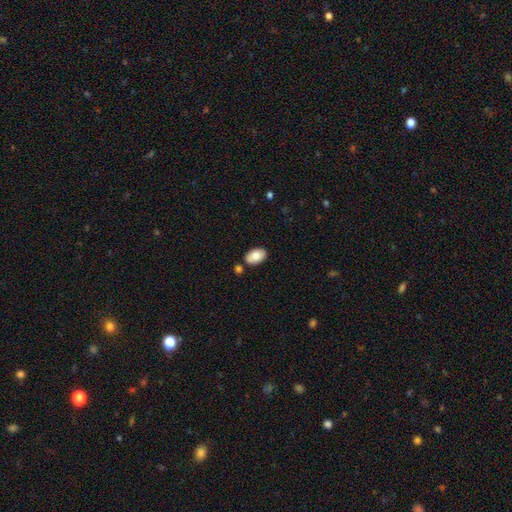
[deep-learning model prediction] Morphology: type=smooth (80%); roundness=in between (91%); merging=none (79%).